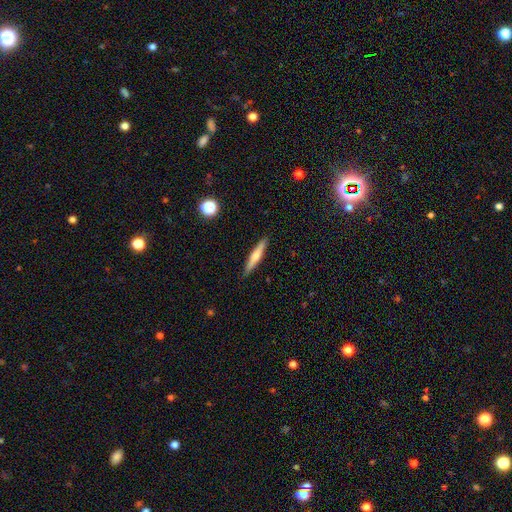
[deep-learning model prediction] This appears to be a smooth galaxy with no disk features (56%) that is cigar-shaped (92%). Merging: none (90%).